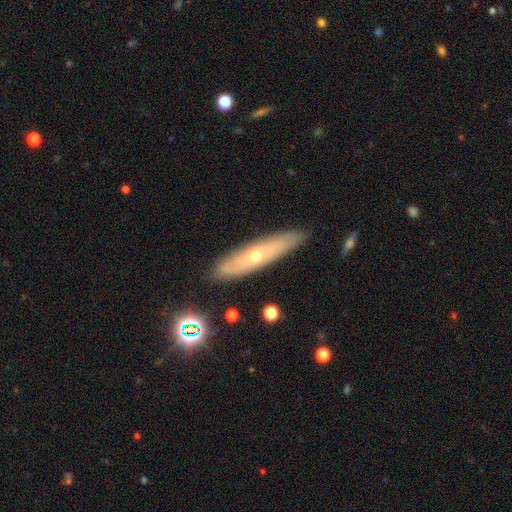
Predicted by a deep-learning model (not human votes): This is possibly a featured or disk galaxy (52%). It is likely viewed edge-on (60%). Merging: clearly none (85%).